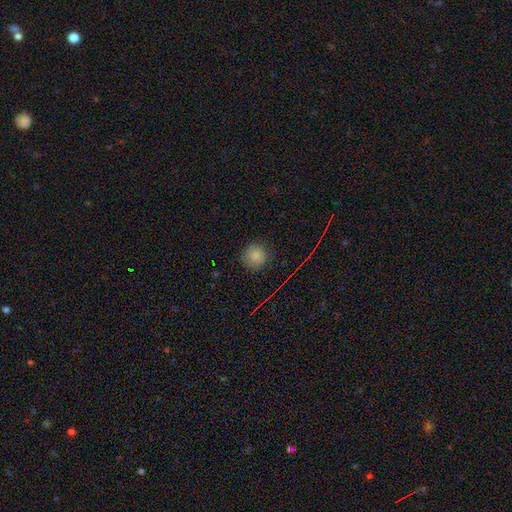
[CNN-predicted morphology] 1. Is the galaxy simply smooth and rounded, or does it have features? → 79% smooth, 15% star or artifact, 6% featured or disk.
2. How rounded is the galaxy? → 94% round, 5% in between, 1% cigar-shaped.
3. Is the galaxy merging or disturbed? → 88% none, 9% minor disturbance, 2% major disturbance, 1% merger.